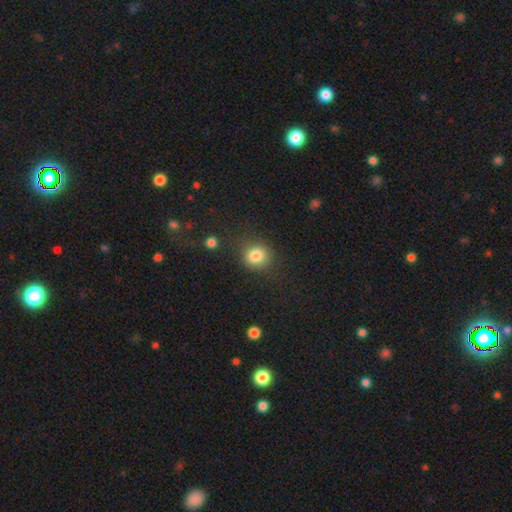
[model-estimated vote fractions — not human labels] The model was most divided on "how rounded": round: 81%, in between: 19%, cigar-shaped: 1%. More confident: smooth or featured — smooth (83%); merging — none (80%).